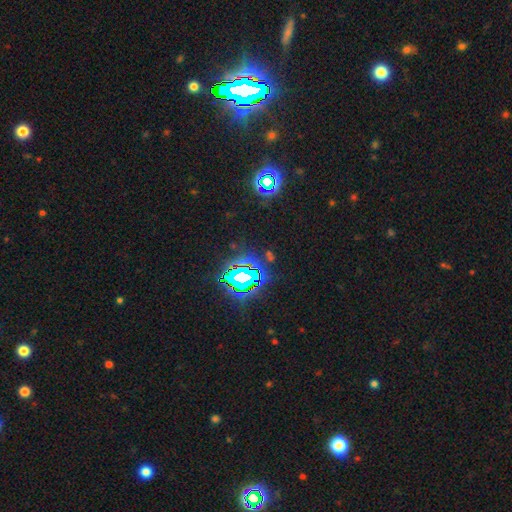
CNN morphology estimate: Smooth or featured? star or artifact (84%)